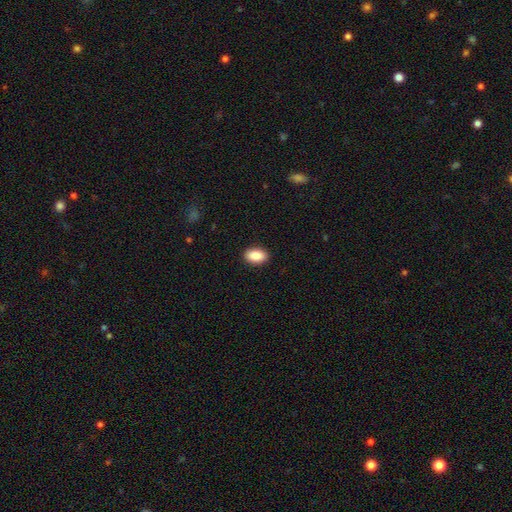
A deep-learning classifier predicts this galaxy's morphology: The model was most divided on "smooth or featured": smooth: 88%, star or artifact: 7%, featured or disk: 5%. More confident: how rounded — in between (91%); merging — none (90%).